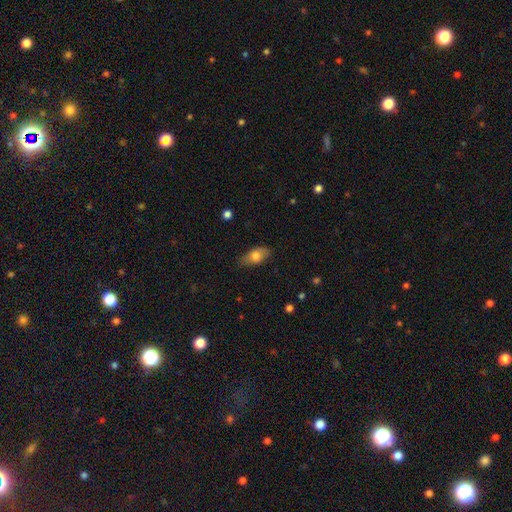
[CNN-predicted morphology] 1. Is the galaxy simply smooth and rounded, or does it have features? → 72% smooth, 21% featured or disk, 7% star or artifact.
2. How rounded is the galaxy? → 86% in between, 8% cigar-shaped, 6% round.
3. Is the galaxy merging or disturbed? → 74% none, 21% minor disturbance, 4% major disturbance, 1% merger.